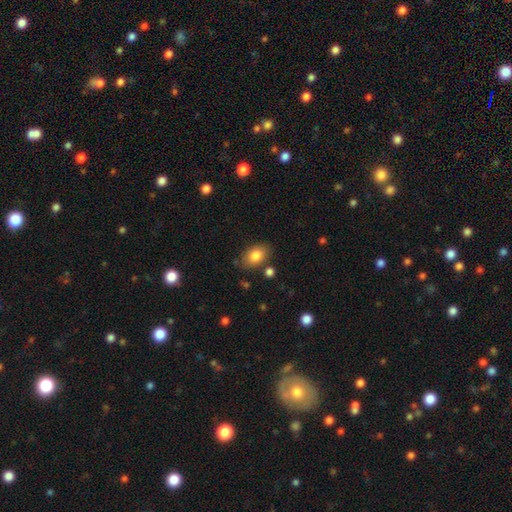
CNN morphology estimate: smooth-or-featured: smooth: 83% | featured or disk: 9% | star or artifact: 8%
  how-rounded: in between: 85% | round: 14% | cigar-shaped: 1%
  merging: none: 78% | minor disturbance: 14% | merger: 5% | major disturbance: 4%